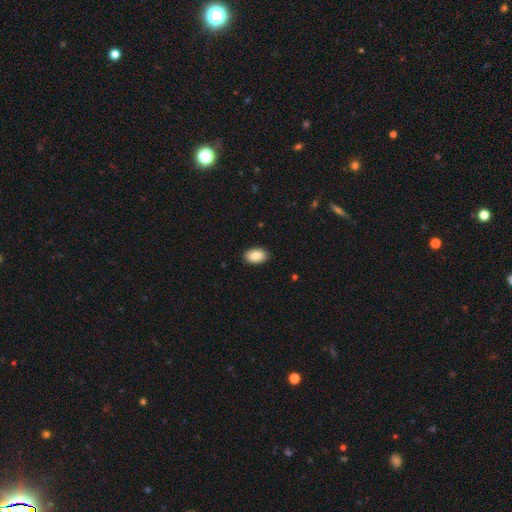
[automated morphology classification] Overall: smooth (88%). How rounded: in between (93%). Merging: none (90%).